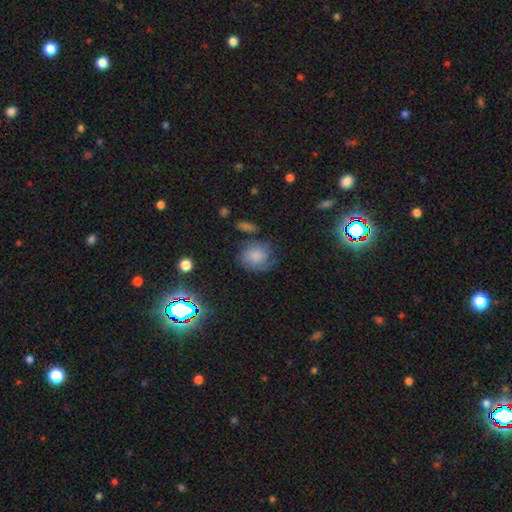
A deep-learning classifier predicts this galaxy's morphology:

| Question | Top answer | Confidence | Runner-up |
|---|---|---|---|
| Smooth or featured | smooth | 46% | featured or disk (44%) |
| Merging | none | 53% | minor disturbance (24%) |